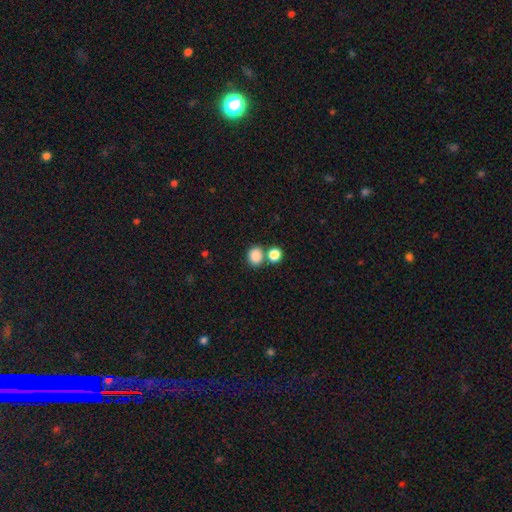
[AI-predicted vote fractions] This is clearly a smooth galaxy (86%). How rounded: likely round (70%). Merging: likely none (63%).